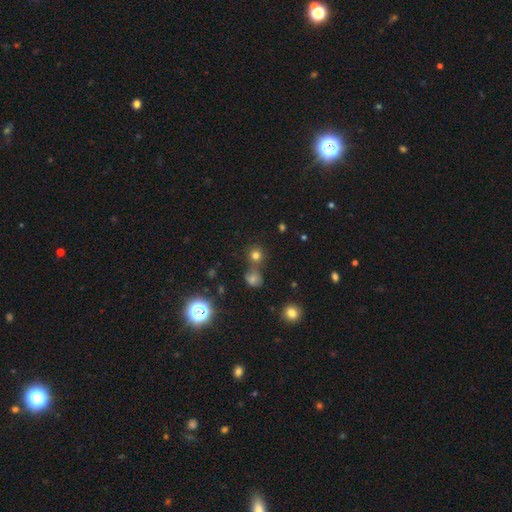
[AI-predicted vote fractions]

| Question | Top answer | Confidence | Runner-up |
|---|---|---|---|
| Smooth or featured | smooth | 71% | star or artifact (23%) |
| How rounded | round | 90% | in between (9%) |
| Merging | none | 64% | merger (25%) |